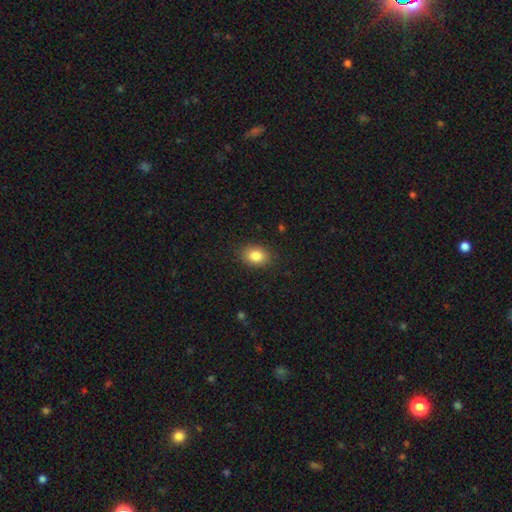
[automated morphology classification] Smooth or featured? smooth (85%)
How rounded? in between (67%)
Merging? none (87%)